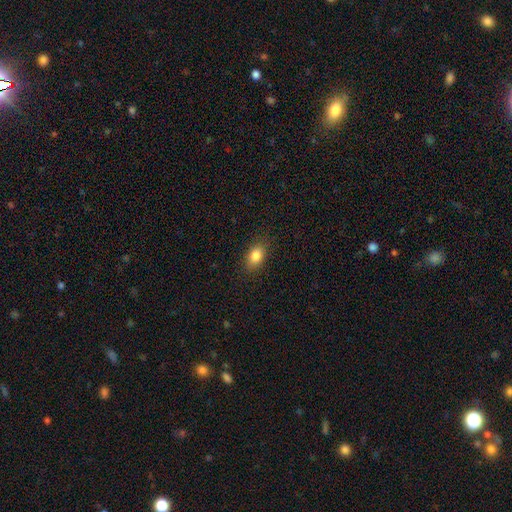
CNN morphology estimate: Smooth or featured? smooth (84%)
How rounded? in between (83%)
Merging? none (87%)